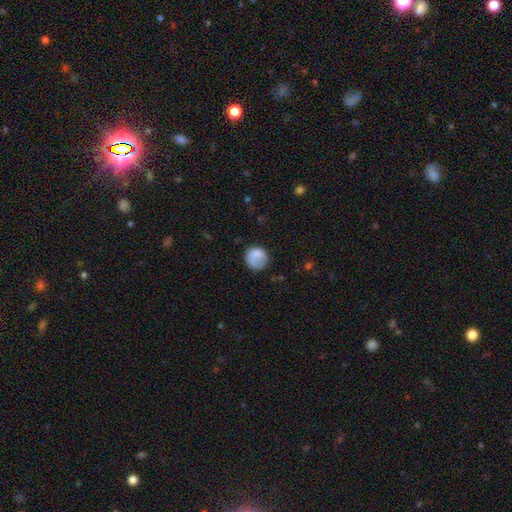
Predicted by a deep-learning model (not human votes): This is clearly a smooth galaxy (81%). How rounded: clearly round (86%). Merging: likely none (65%).